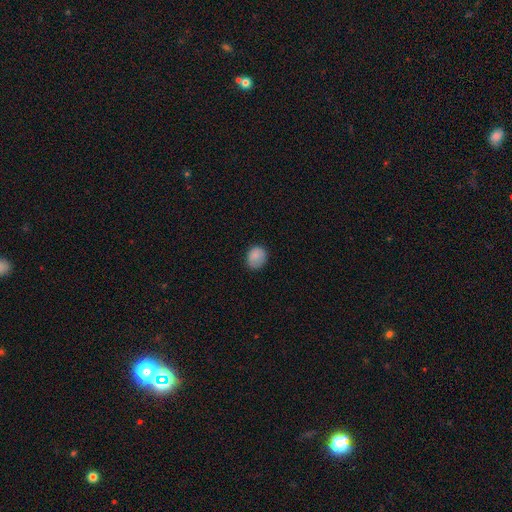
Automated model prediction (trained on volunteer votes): Smooth or featured?
  - smooth: 85% *
  - star or artifact: 9%
  - featured or disk: 6%
How rounded?
  - round: 66% *
  - in between: 33%
  - cigar-shaped: 1%
Merging?
  - none: 76% *
  - minor disturbance: 19%
  - major disturbance: 4%
  - merger: 1%